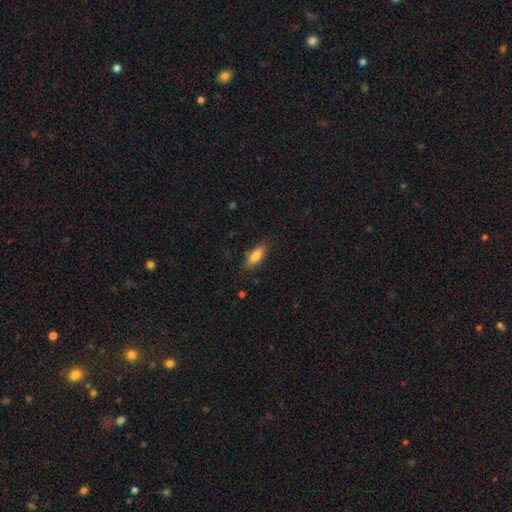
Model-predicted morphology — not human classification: Smooth or featured?
  - smooth: 82% *
  - featured or disk: 11%
  - star or artifact: 7%
How rounded?
  - in between: 78% *
  - cigar-shaped: 19%
  - round: 3%
Merging?
  - none: 84% *
  - minor disturbance: 12%
  - major disturbance: 3%
  - merger: 1%